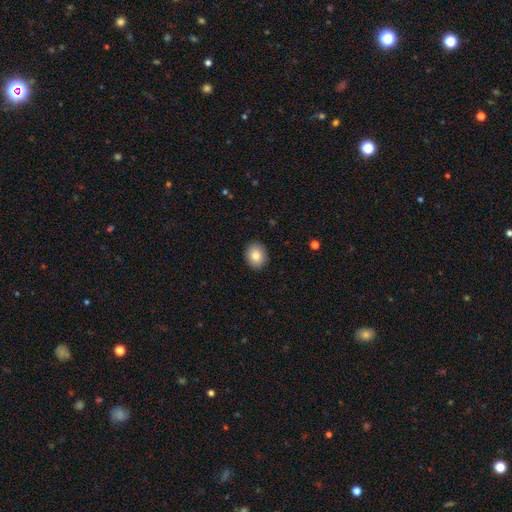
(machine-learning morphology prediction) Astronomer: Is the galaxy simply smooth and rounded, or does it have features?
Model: smooth — 85%.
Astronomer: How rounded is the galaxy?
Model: in between — 53% (runner-up: round, 46%).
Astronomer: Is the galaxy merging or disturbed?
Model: none — 91%.